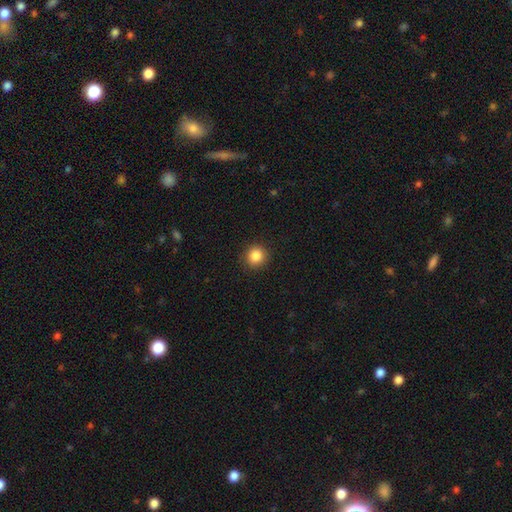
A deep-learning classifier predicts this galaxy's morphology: This is clearly a smooth galaxy (85%). How rounded: clearly round (91%). Merging: clearly none (91%).